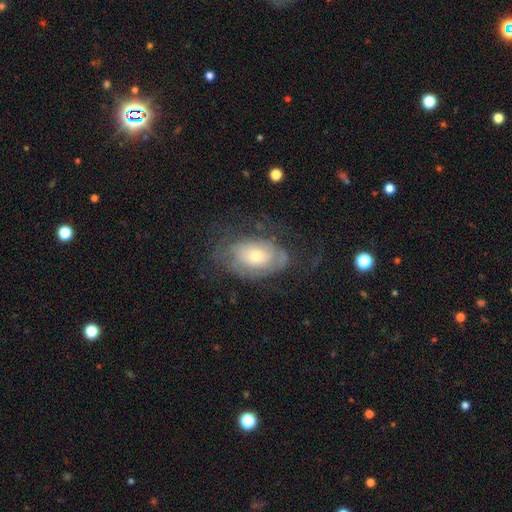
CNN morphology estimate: Overall: featured or disk (61%; smooth 32%). Edge-on disk: no (94%). Bar: no (80%). Spiral arms: yes (67%; no 33%). Bulge size: small (48%; moderate 44%). Merging: none (56%; minor disturbance 22%).